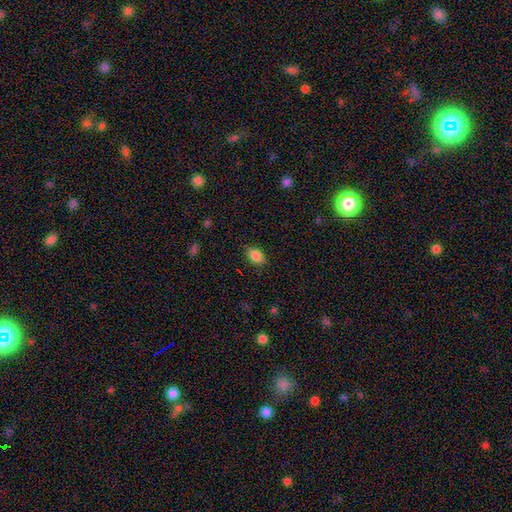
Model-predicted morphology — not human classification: Smooth or featured? smooth (86%)
How rounded? in between (76%)
Merging? none (84%)